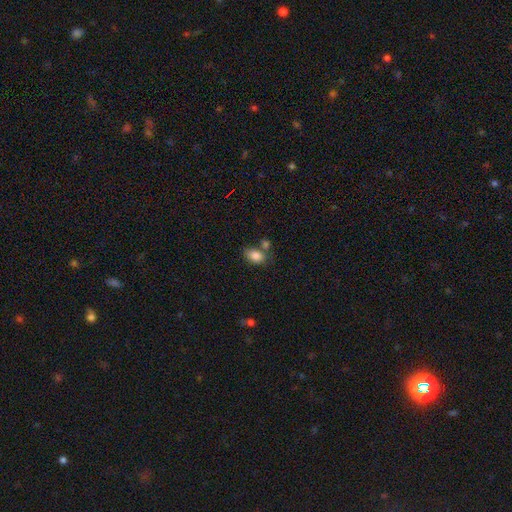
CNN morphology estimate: A smooth galaxy with no disk features (85%) that is in between round and cigar-shaped (84%).

Vote fractions:
- Smooth or featured? smooth: 85% / star or artifact: 9% / featured or disk: 7%
- How rounded? in between: 84% / round: 15% / cigar-shaped: 2%
- Merging? none: 54% / merger: 23% / minor disturbance: 17% / major disturbance: 6%